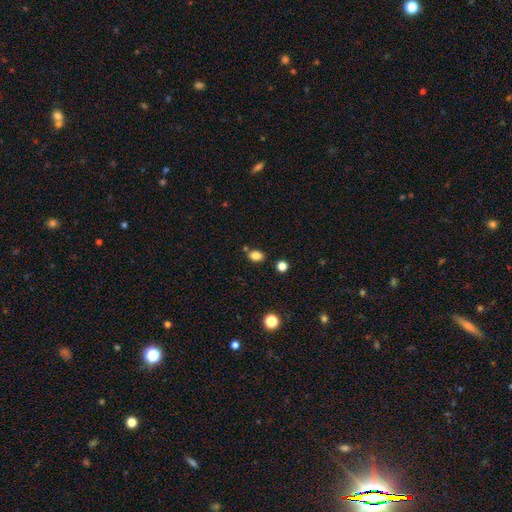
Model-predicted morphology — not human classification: This appears to be a smooth galaxy with no disk features (83%) that is in between round and cigar-shaped (71%). Merging: none (75%).